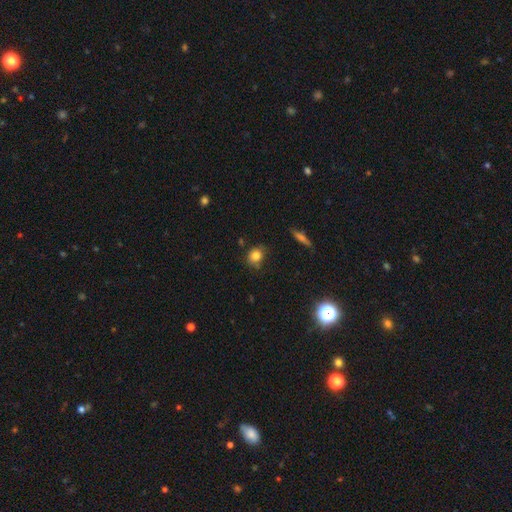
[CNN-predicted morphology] The model was most divided on "how rounded": round: 66%, in between: 32%, cigar-shaped: 2%. More confident: smooth or featured — smooth (81%); merging — none (72%).